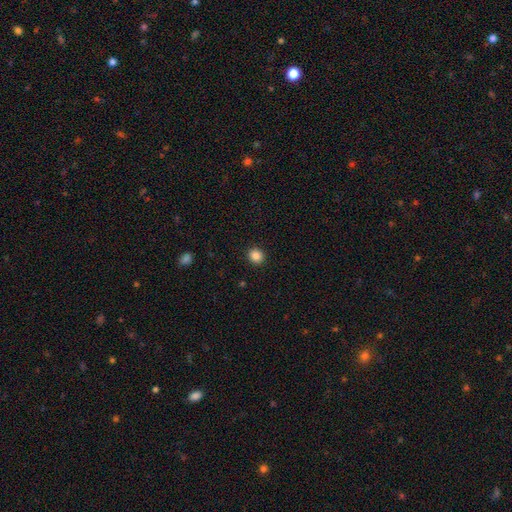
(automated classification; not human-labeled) smooth 86%, star or artifact 11%, featured or disk 4%. Down the decision tree: how rounded — round (83%); merging — none (92%).